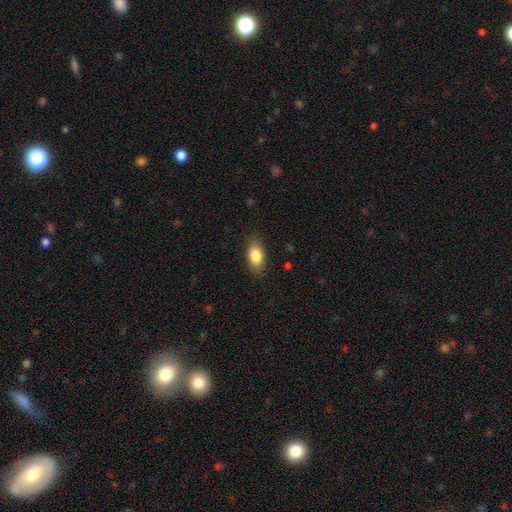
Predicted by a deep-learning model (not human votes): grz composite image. It shows a smooth galaxy with no disk features (84%) that is in between round and cigar-shaped (88%). Merging: none (85%).